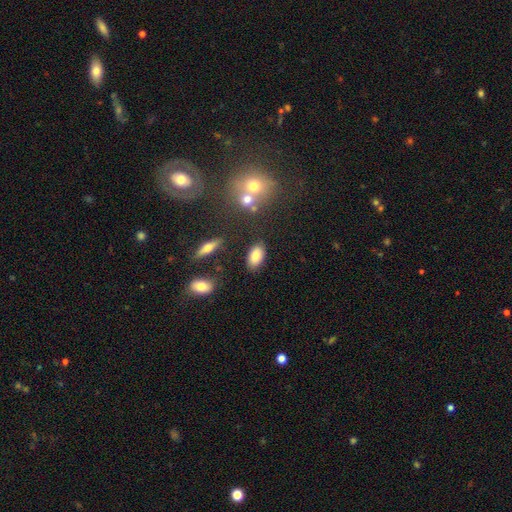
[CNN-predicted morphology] type=smooth (82%); roundness=in between (92%); merging=none (82%).